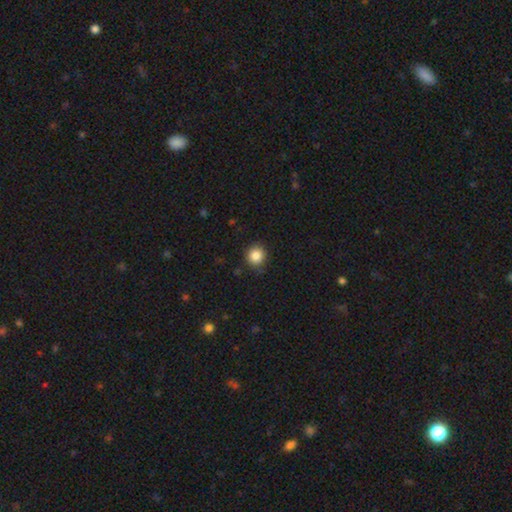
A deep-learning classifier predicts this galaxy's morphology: smooth-or-featured: smooth: 86% | star or artifact: 10% | featured or disk: 4%
  how-rounded: round: 90% | in between: 10% | cigar-shaped: 1%
  merging: none: 86% | minor disturbance: 11% | major disturbance: 2% | merger: 1%